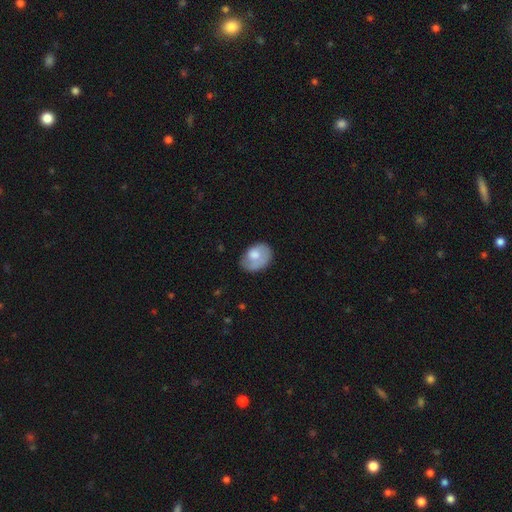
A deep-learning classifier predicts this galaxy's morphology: Smooth or featured: smooth — 64% (featured or disk — 29%)
How rounded: in between — 75% (round — 24%)
Merging: none — 49% (minor disturbance — 30%)